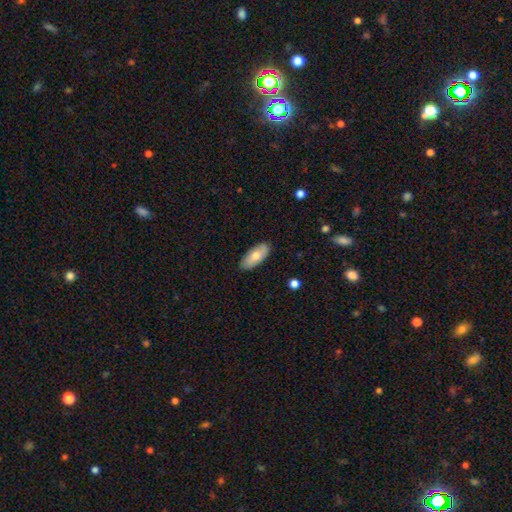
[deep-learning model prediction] This is likely a smooth galaxy (73%). How rounded: clearly in between (86%). Merging: clearly none (88%).